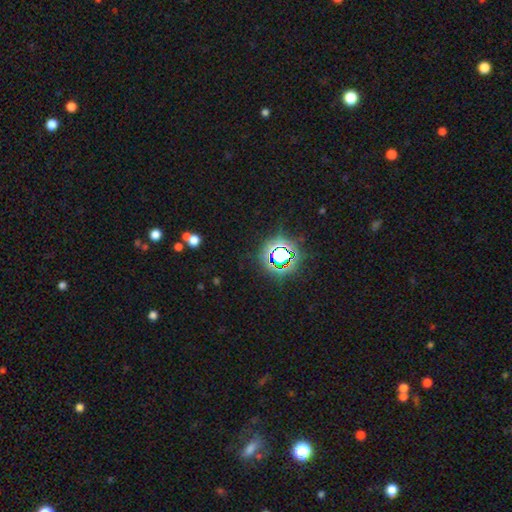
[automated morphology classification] Smooth or featured? Predicted: star or artifact (p=0.80).